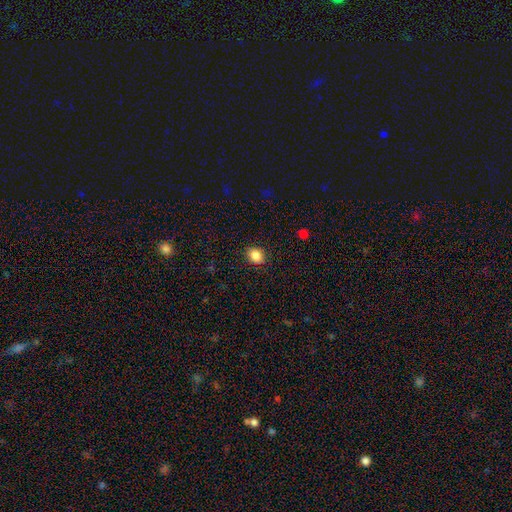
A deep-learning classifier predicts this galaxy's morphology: A smooth galaxy with no disk features (86%) that is in between round and cigar-shaped (50%, tied with round). Merging: none (88%).